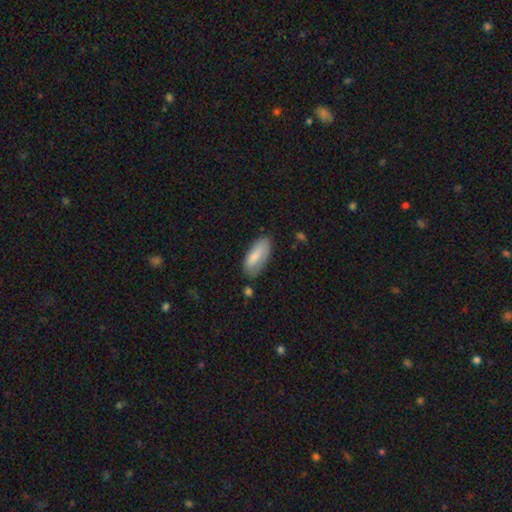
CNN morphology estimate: Smooth or featured? smooth (81%)
How rounded? in between (79%)
Merging? none (69%)